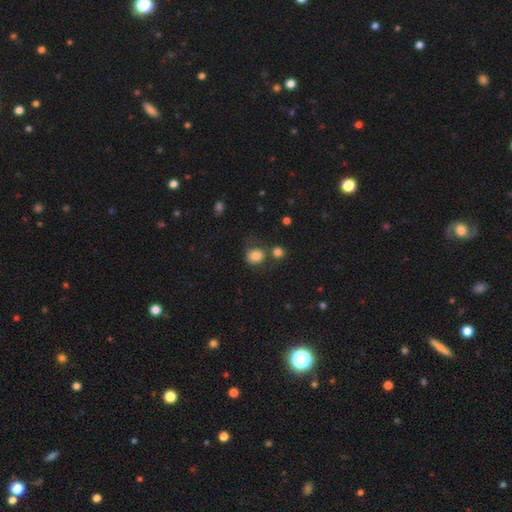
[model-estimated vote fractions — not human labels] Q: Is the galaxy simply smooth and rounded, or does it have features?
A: smooth — 81%.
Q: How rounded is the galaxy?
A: round — 71%.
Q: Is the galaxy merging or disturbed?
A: none — 53%.